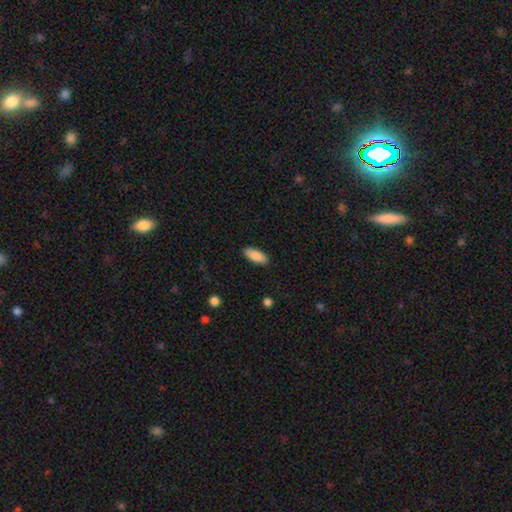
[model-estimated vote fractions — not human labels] smooth 89%, star or artifact 6%, featured or disk 5%. Down the decision tree: how rounded — in between (77%); merging — none (88%).